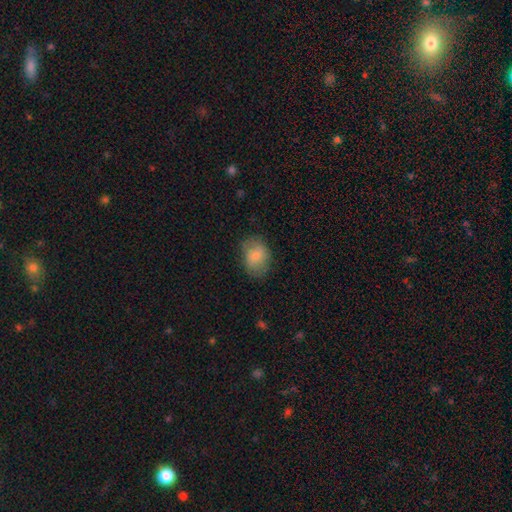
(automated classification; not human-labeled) smooth_or_featured: smooth (p=0.77) [alt: featured or disk p=0.15]
how_rounded: in between (p=0.66) [alt: round p=0.33]
merging: none (p=0.72) [alt: minor disturbance p=0.20]